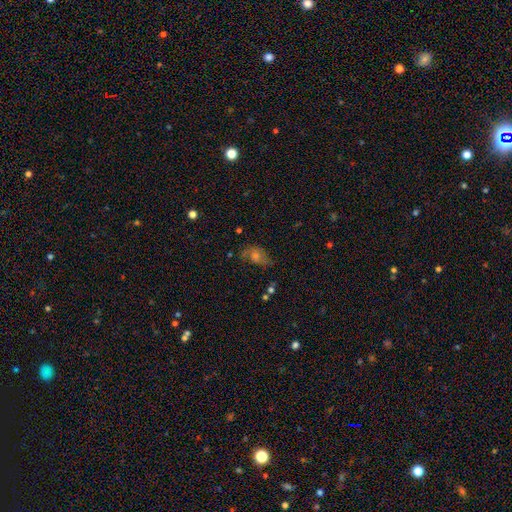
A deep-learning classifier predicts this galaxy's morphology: The model was most divided on "smooth or featured": featured or disk: 38%, smooth: 37%, star or artifact: 25%. More confident: merging — none (58%).